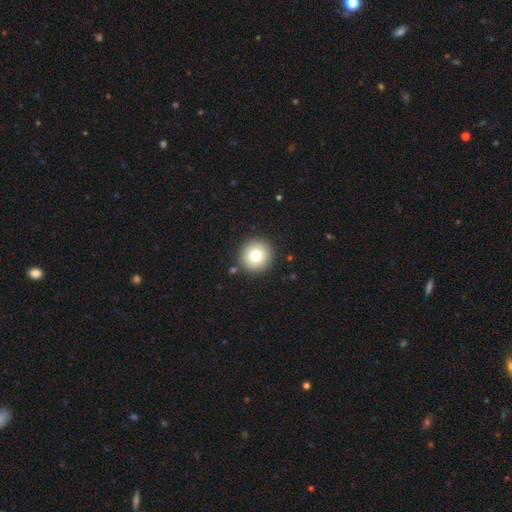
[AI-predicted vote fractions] This is likely a smooth galaxy (78%). How rounded: clearly round (93%). Merging: clearly none (90%).